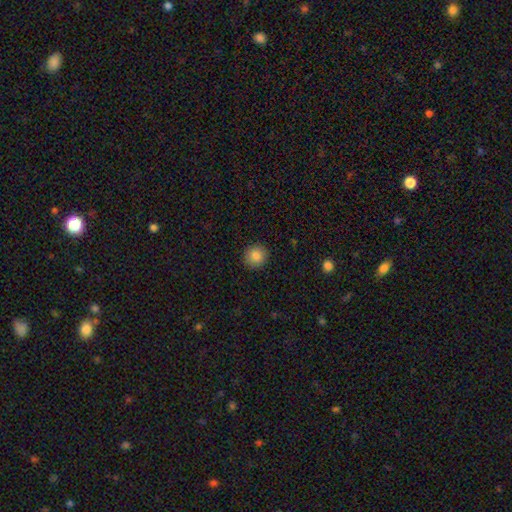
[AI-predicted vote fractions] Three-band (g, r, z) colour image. It shows a smooth galaxy with no disk features (84%) that is round (90%). Merging: none (91%).